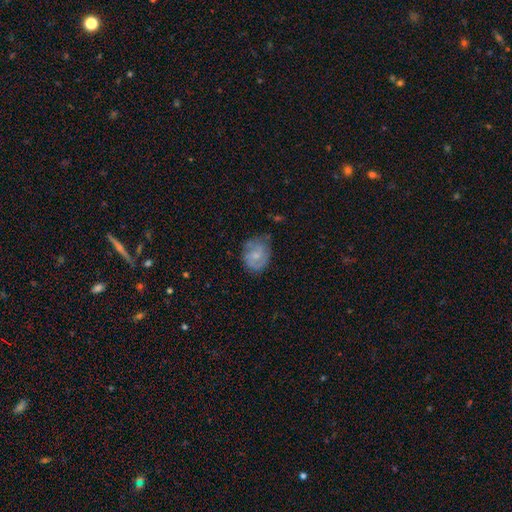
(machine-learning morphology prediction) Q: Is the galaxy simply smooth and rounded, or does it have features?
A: featured or disk — 52%.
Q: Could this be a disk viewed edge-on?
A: no — 97%.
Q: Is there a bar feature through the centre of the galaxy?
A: no — 65%.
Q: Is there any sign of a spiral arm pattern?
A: yes — 77%.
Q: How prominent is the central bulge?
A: small — 46%.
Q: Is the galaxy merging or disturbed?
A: none — 60%.